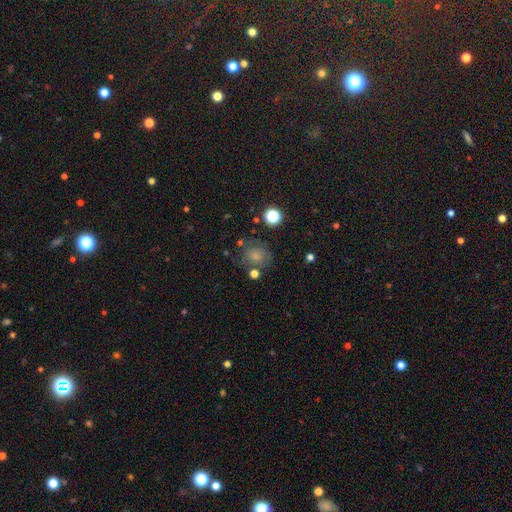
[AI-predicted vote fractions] The model was most divided on "how rounded": round: 75%, in between: 24%, cigar-shaped: 1%. More confident: smooth or featured — smooth (73%); merging — none (69%).